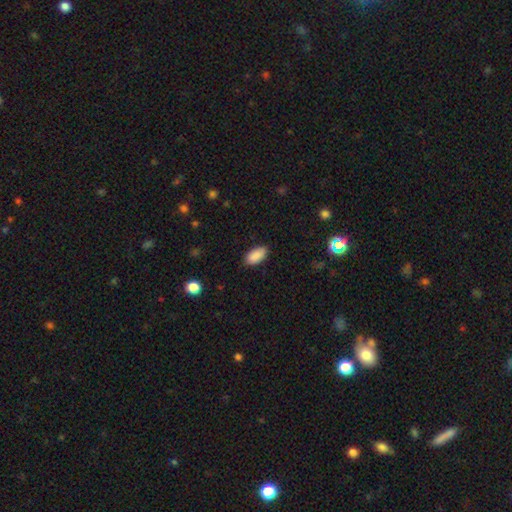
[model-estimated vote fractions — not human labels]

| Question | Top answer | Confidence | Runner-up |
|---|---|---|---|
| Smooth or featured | smooth | 90% | star or artifact (7%) |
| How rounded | in between | 93% | cigar-shaped (4%) |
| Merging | none | 84% | minor disturbance (13%) |